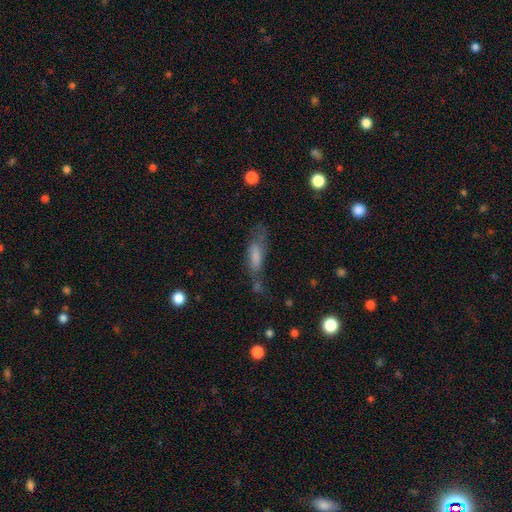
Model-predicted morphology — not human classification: A smooth galaxy with no disk features (64%) that is in between round and cigar-shaped (55%). Merging: none (43%).